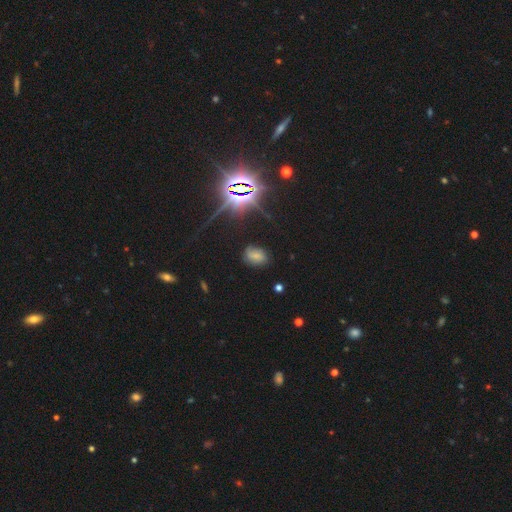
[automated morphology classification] A smooth galaxy with no disk features (59%) that is in between round and cigar-shaped (80%). Merging: none (76%).